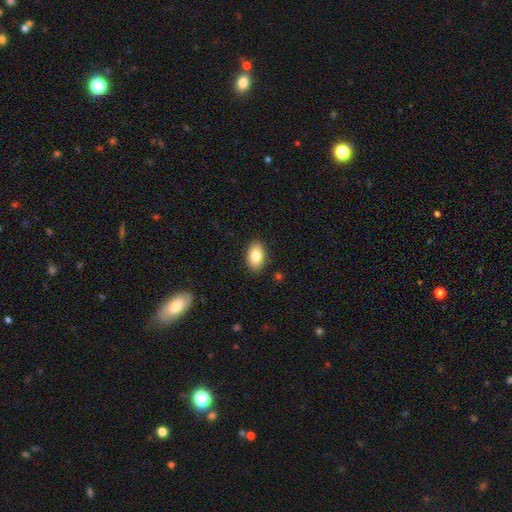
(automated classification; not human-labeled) Smooth or featured?
  - smooth: 82% *
  - featured or disk: 11%
  - star or artifact: 7%
How rounded?
  - in between: 90% *
  - round: 9%
  - cigar-shaped: 1%
Merging?
  - none: 88% *
  - minor disturbance: 9%
  - major disturbance: 2%
  - merger: 1%